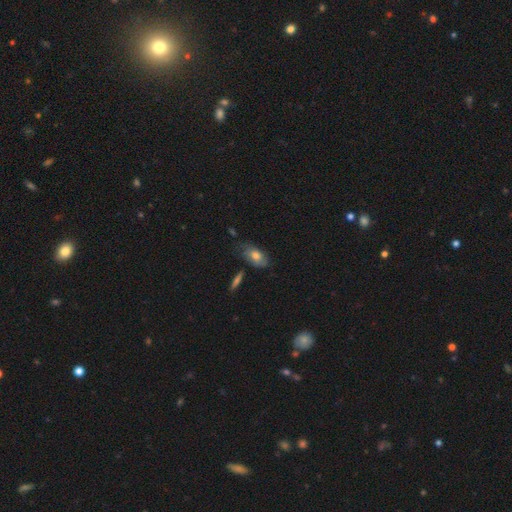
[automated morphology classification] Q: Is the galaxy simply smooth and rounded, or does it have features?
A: smooth — 70%.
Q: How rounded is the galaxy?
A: in between — 88%.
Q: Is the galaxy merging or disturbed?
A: none — 61%.